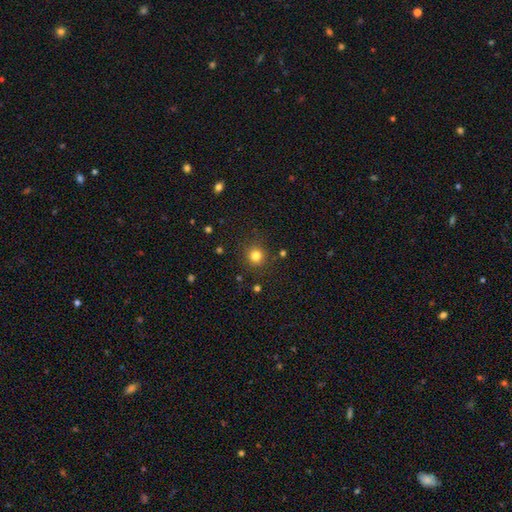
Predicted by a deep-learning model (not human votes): This appears to be a smooth galaxy with no disk features (81%) that is round (93%). Merging: none (88%).